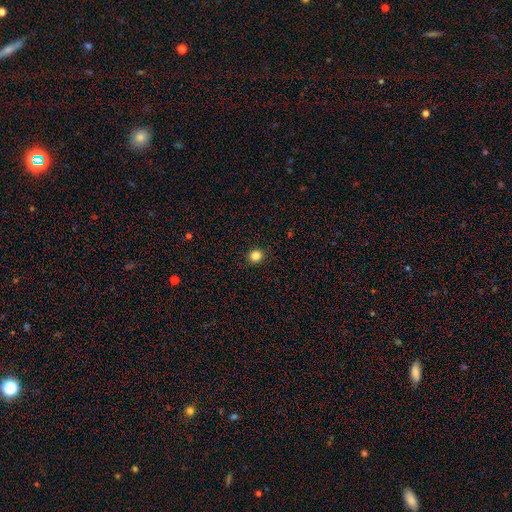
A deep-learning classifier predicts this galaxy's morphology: Smooth or featured?
  - smooth: 84% *
  - star or artifact: 12%
  - featured or disk: 4%
How rounded?
  - round: 85% *
  - in between: 15%
  - cigar-shaped: 1%
Merging?
  - none: 91% *
  - minor disturbance: 6%
  - major disturbance: 2%
  - merger: 1%